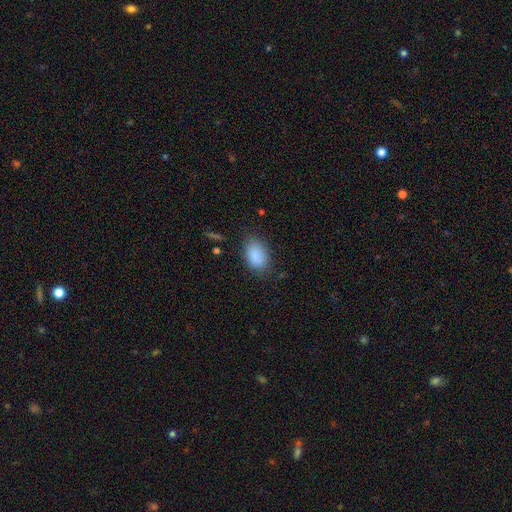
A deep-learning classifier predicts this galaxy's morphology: This is clearly a smooth galaxy (88%). How rounded: clearly in between (86%). Merging: likely none (77%).